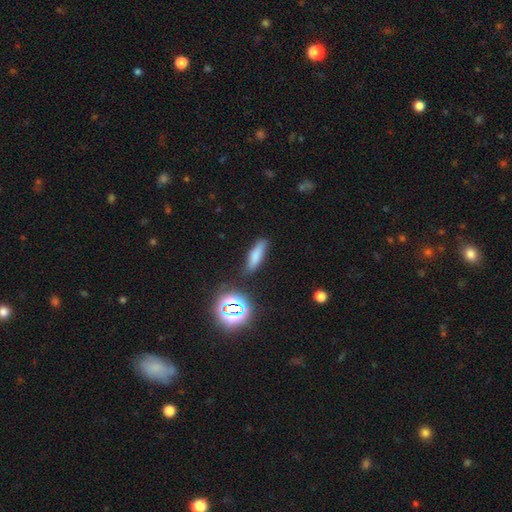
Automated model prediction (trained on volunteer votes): The model was most divided on "how rounded": cigar-shaped: 59%, in between: 37%, round: 4%. More confident: merging — none (79%); smooth or featured — smooth (72%).